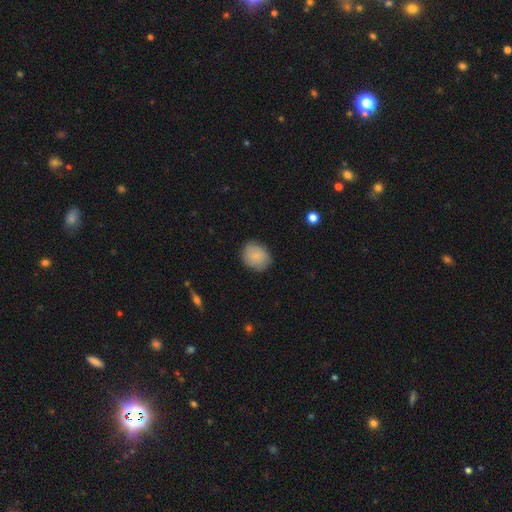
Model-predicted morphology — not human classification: Smooth or featured? Predicted: smooth (p=0.80). How rounded? Predicted: round (p=0.62). Merging? Predicted: none (p=0.81).